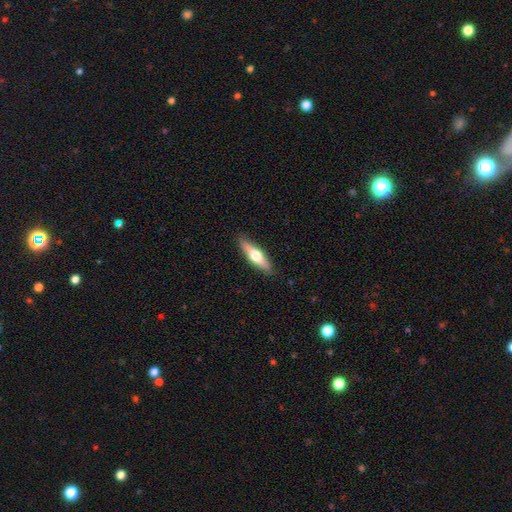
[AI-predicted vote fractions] Morphology: type=smooth (49%); merging=none (89%).